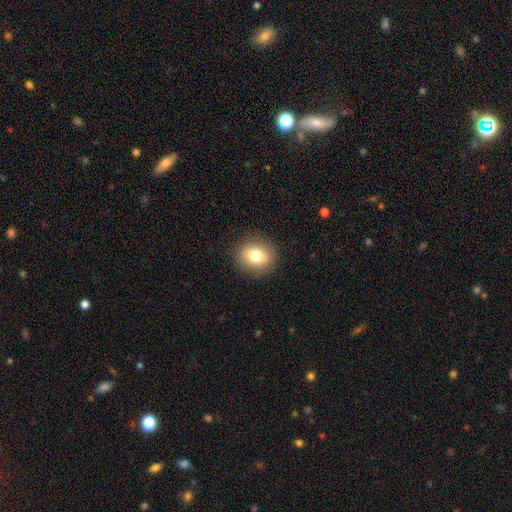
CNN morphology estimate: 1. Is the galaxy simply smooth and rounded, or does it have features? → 78% smooth, 13% featured or disk, 10% star or artifact.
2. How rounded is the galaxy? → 62% round, 37% in between, 1% cigar-shaped.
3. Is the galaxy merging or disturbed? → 88% none, 8% minor disturbance, 3% major disturbance, 1% merger.